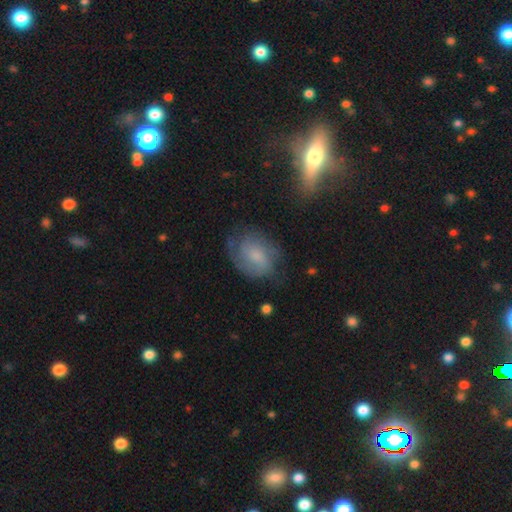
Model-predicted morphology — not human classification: smooth-or-featured: featured or disk: 52% | smooth: 39% | star or artifact: 9%
  disk-edge-on: no: 96% | yes: 4%
  merging: none: 64% | minor disturbance: 22% | major disturbance: 11% | merger: 2%